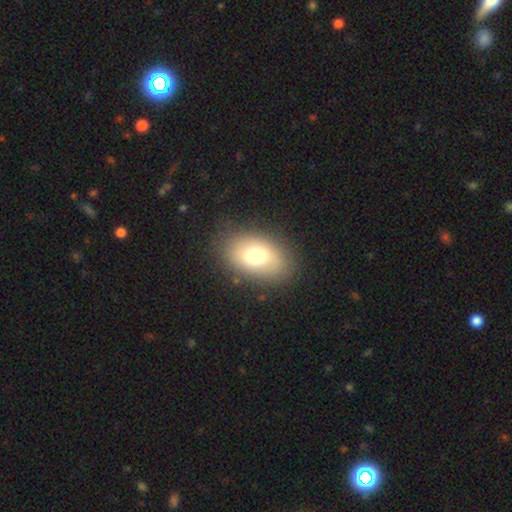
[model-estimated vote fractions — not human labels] smooth 71%, featured or disk 19%, star or artifact 9%. Down the decision tree: how rounded — in between (86%); merging — none (81%).